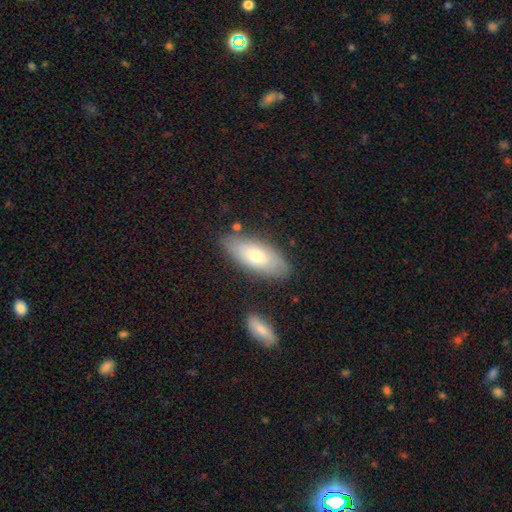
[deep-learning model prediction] Smooth or featured?
  - smooth: 65% *
  - featured or disk: 28%
  - star or artifact: 7%
How rounded?
  - in between: 81% *
  - cigar-shaped: 16%
  - round: 3%
Merging?
  - none: 80% *
  - minor disturbance: 13%
  - merger: 4%
  - major disturbance: 3%